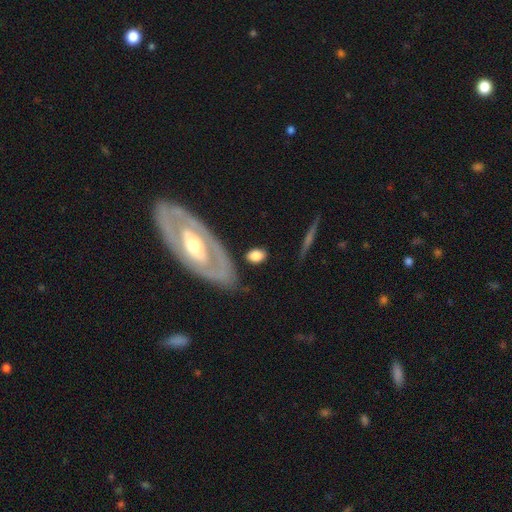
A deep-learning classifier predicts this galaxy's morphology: Smooth or featured: smooth — 73% (featured or disk — 21%)
How rounded: in between — 85% (round — 12%)
Merging: none — 73% (minor disturbance — 15%)